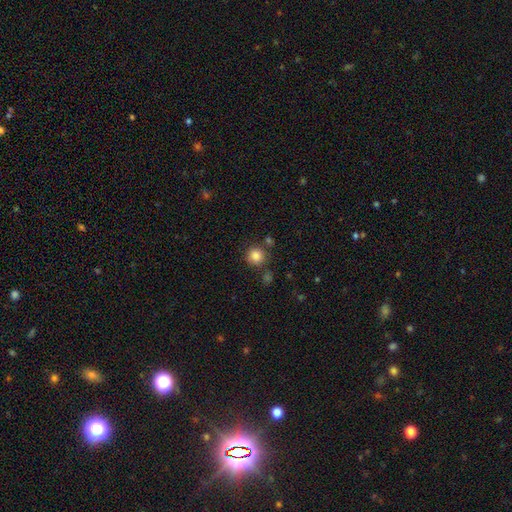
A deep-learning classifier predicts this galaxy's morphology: A smooth galaxy with no disk features (85%) that is round (93%). Merging: none (79%).